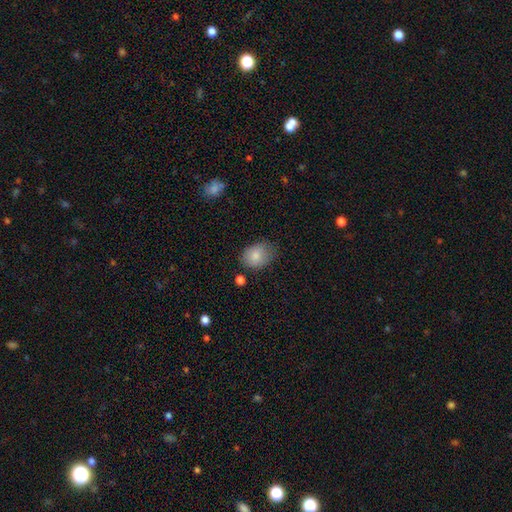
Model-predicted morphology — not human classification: smooth_or_featured: smooth (p=0.83) [alt: featured or disk p=0.09]
how_rounded: in between (p=0.63) [alt: round p=0.36]
merging: none (p=0.60) [alt: minor disturbance p=0.29]